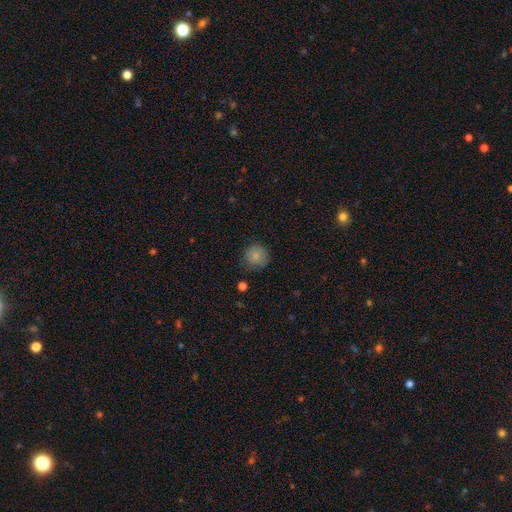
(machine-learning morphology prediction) This is clearly a smooth galaxy (83%). How rounded: clearly round (91%). Merging: likely none (78%).